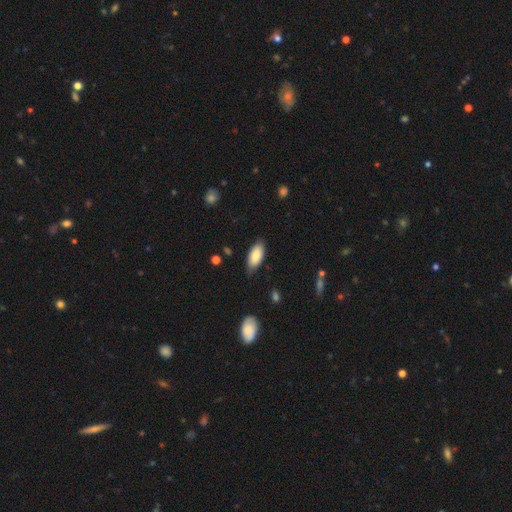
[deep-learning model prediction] This appears to be a smooth galaxy with no disk features (80%) that is in between round and cigar-shaped (90%). Merging: none (77%).